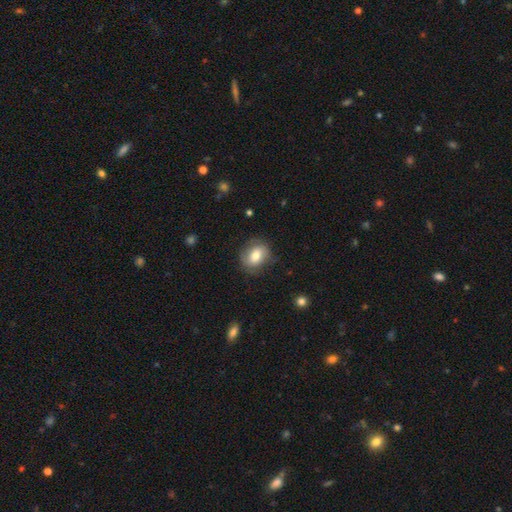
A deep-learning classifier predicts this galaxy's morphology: type=smooth (71%); roundness=in between (50%); merging=none (73%).